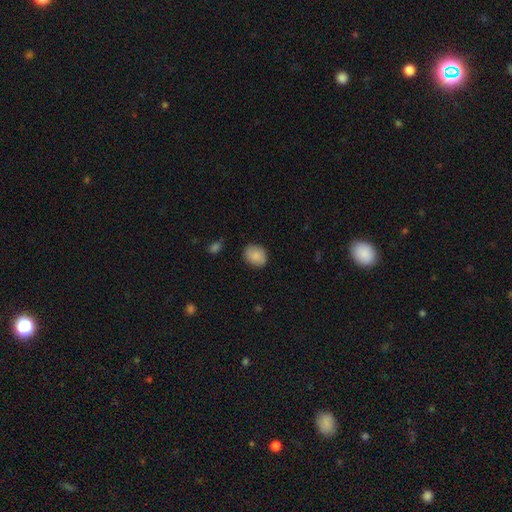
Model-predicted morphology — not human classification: Smooth or featured: smooth — 87% (star or artifact — 7%)
How rounded: round — 61% (in between — 38%)
Merging: none — 83% (minor disturbance — 13%)